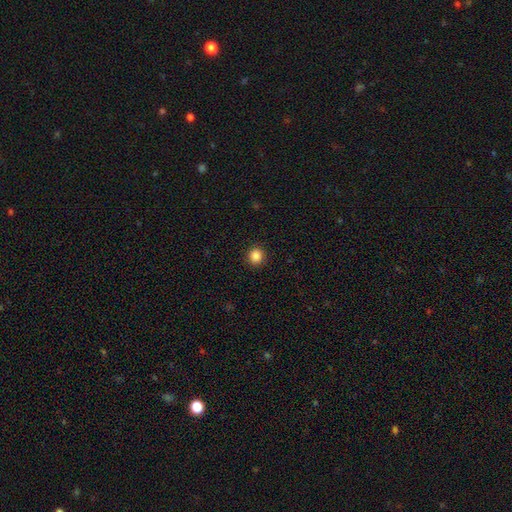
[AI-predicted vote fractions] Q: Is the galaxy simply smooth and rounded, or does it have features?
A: smooth — 86%.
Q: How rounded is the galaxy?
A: round — 89%.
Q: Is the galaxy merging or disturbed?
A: none — 92%.